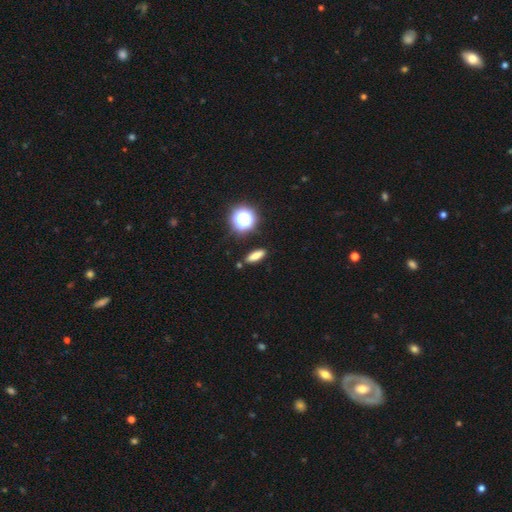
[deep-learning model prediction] Overall: smooth (75%). How rounded: in between (48%; cigar-shaped 42%). Merging: none (87%).